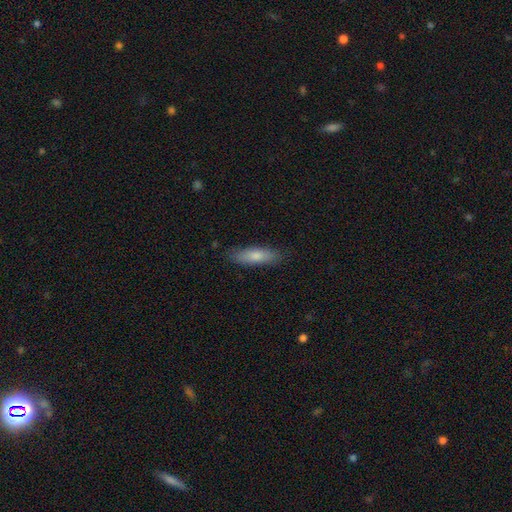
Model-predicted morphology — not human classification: The model was most divided on "how rounded": cigar-shaped: 54%, in between: 44%, round: 2%. More confident: merging — none (83%); smooth or featured — smooth (76%).